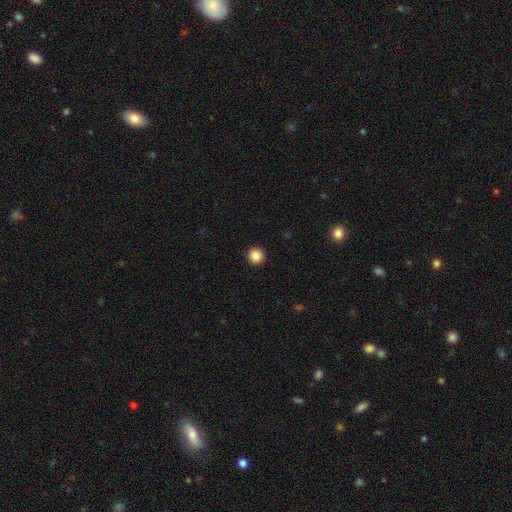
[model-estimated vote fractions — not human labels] Smooth or featured: smooth — 86% (star or artifact — 10%)
How rounded: round — 96% (in between — 3%)
Merging: none — 94% (minor disturbance — 4%)